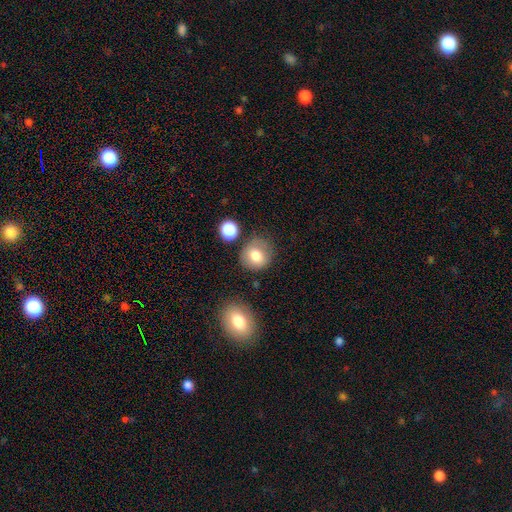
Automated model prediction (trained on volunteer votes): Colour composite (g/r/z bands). It shows a smooth galaxy with no disk features (79%) that is round (75%). Merging: none (66%).